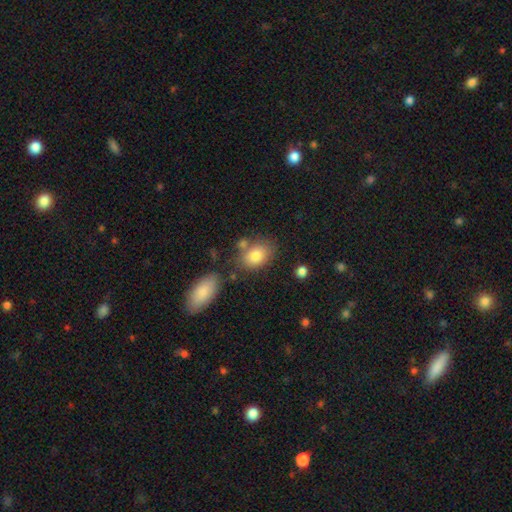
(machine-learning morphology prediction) Smooth or featured? Predicted: smooth (p=0.80). How rounded? Predicted: in between (p=0.77). Merging? Predicted: none (p=0.63).